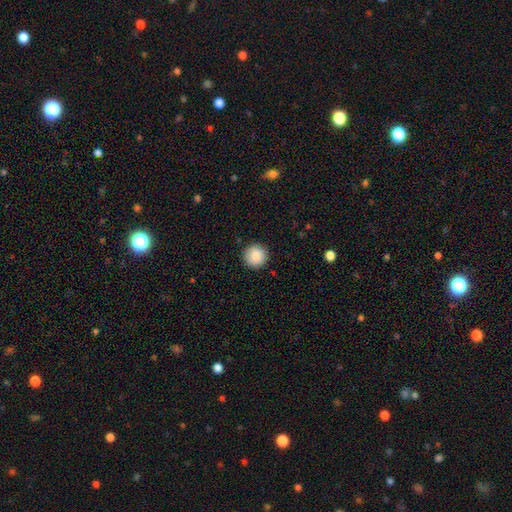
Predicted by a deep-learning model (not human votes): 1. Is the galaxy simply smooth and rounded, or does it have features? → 88% smooth, 8% star or artifact, 4% featured or disk.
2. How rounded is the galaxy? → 95% round, 4% in between, 1% cigar-shaped.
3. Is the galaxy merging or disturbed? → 91% none, 6% minor disturbance, 2% major disturbance, 1% merger.